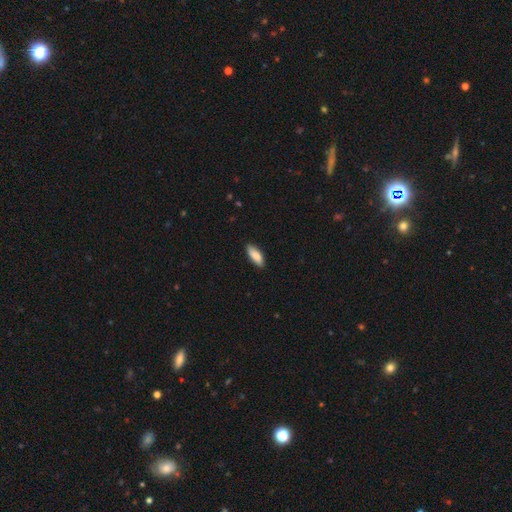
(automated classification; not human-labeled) Overall: smooth (86%). How rounded: in between (73%). Merging: none (87%).